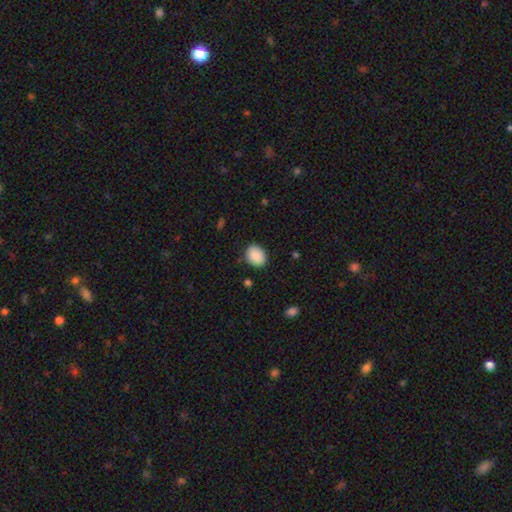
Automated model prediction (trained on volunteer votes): Smooth or featured: smooth — 89% (star or artifact — 7%)
How rounded: in between — 55% (round — 44%)
Merging: none — 85% (minor disturbance — 11%)